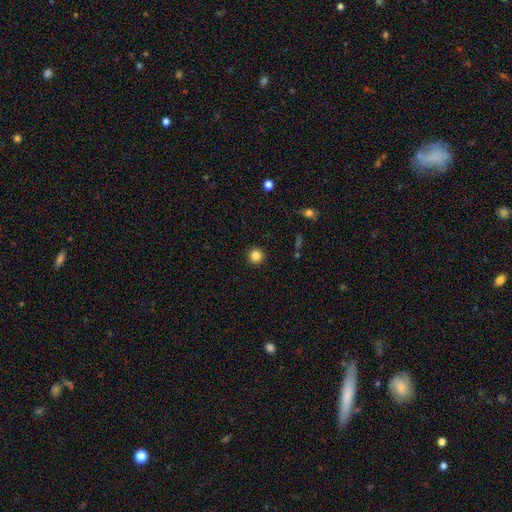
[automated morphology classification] Overall: smooth (84%). How rounded: round (96%). Merging: none (93%).